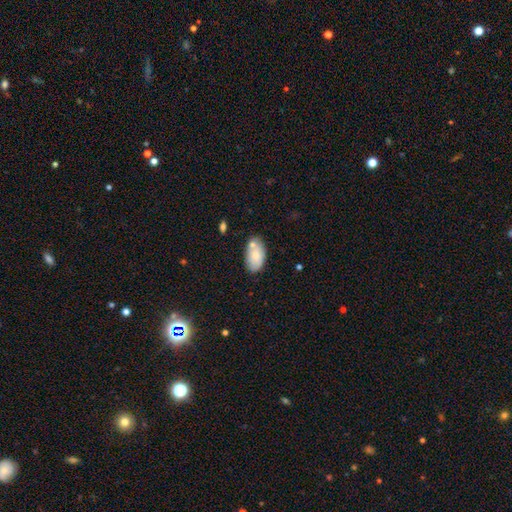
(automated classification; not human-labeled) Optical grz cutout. It shows a smooth galaxy with no disk features (77%) that is in between round and cigar-shaped (94%). Merging: none (65%).